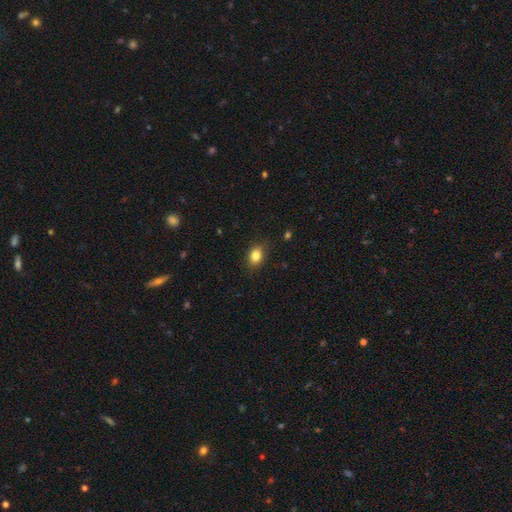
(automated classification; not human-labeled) Q: Smooth or featured?
A: smooth (83%); runner-up: star or artifact (10%)
Q: How rounded?
A: in between (65%); runner-up: round (34%)
Q: Merging?
A: none (85%); runner-up: minor disturbance (11%)